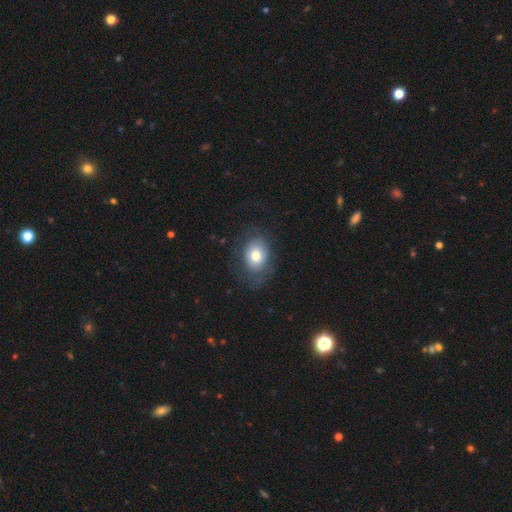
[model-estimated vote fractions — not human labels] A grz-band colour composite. It shows a smooth galaxy with no disk features (71%) that is in between round and cigar-shaped (68%). Merging: none (68%).